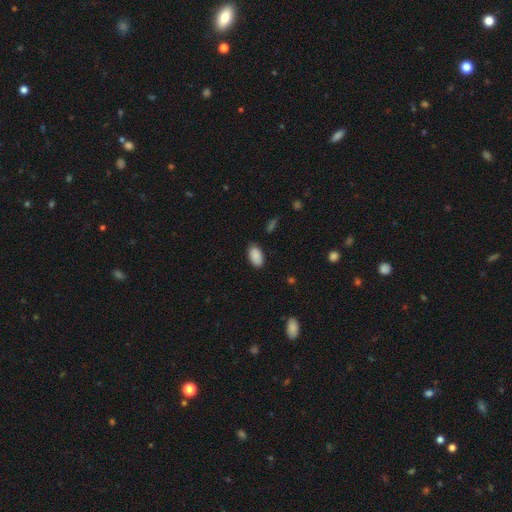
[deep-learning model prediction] The model was most divided on "merging": none: 83%, minor disturbance: 13%, major disturbance: 3%, merger: 1%. More confident: how rounded — in between (94%); smooth or featured — smooth (88%).